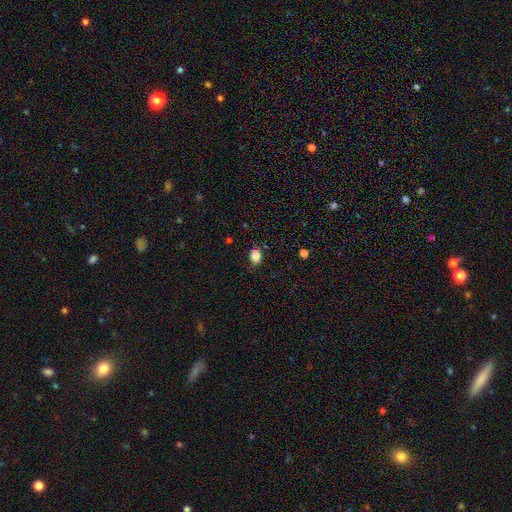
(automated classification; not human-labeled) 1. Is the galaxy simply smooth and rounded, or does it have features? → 85% smooth, 10% star or artifact, 5% featured or disk.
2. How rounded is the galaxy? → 76% in between, 23% round, 1% cigar-shaped.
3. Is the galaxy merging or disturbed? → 80% none, 16% minor disturbance, 3% major disturbance, 1% merger.